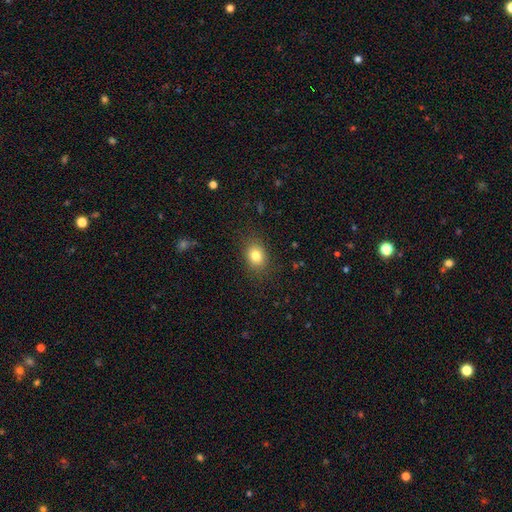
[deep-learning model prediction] A smooth galaxy with no disk features (81%) that is in between round and cigar-shaped (53%).

Vote fractions:
- Smooth or featured? smooth: 81% / star or artifact: 11% / featured or disk: 8%
- How rounded? in between: 53% / round: 46% / cigar-shaped: 1%
- Merging? none: 84% / minor disturbance: 11% / major disturbance: 4% / merger: 1%